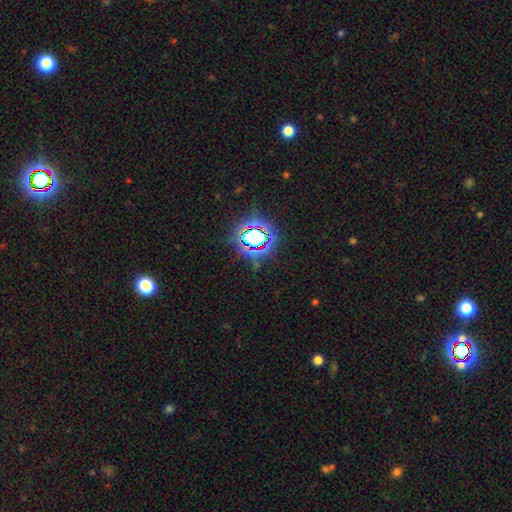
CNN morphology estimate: type=star or artifact (79%).